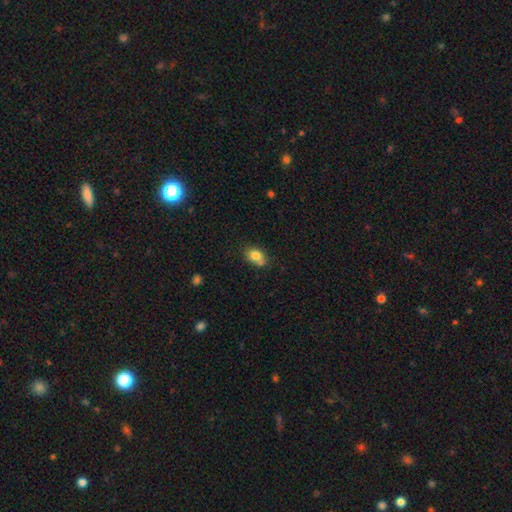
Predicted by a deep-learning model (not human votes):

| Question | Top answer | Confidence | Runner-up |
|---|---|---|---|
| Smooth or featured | smooth | 79% | featured or disk (12%) |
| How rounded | in between | 65% | round (34%) |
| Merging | none | 56% | merger (20%) |